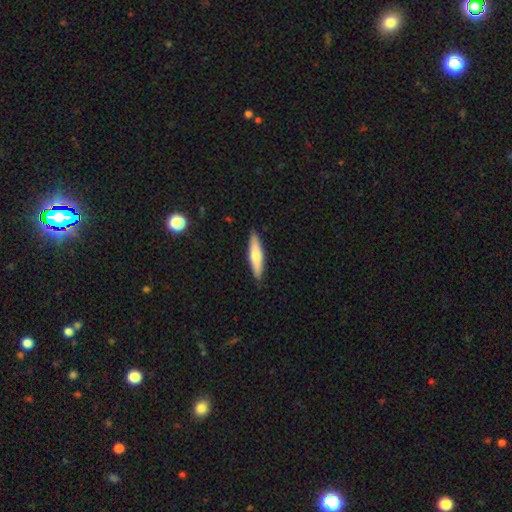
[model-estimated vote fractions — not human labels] Q: Smooth or featured?
A: smooth (65%); runner-up: featured or disk (30%)
Q: How rounded?
A: cigar-shaped (79%); runner-up: in between (20%)
Q: Merging?
A: none (89%); runner-up: minor disturbance (9%)